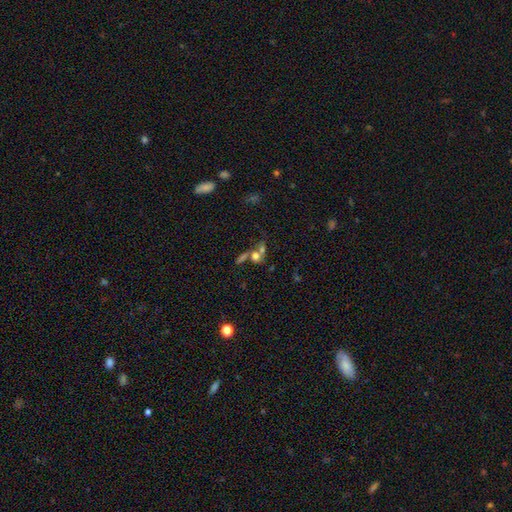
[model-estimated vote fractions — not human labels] Smooth or featured? Predicted: smooth (p=0.61). How rounded? Predicted: round (p=0.53). Merging? Predicted: merger (p=0.56).